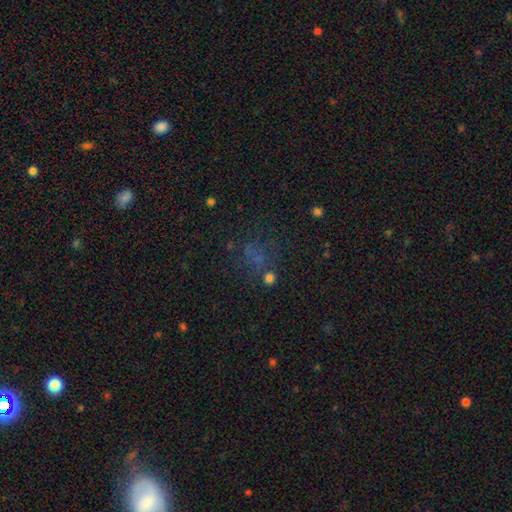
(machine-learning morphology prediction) Smooth or featured? smooth (42%)
Merging? none (51%)